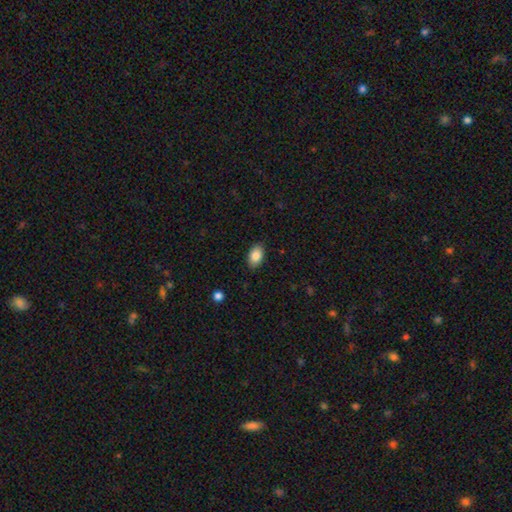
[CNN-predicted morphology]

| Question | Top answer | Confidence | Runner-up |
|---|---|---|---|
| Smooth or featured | smooth | 86% | star or artifact (8%) |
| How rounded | in between | 90% | round (9%) |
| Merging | none | 86% | minor disturbance (10%) |